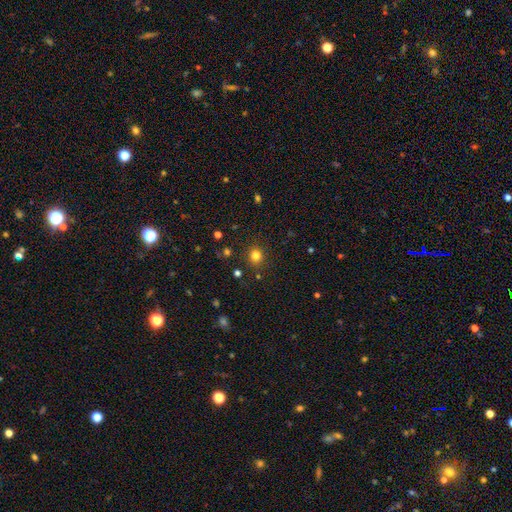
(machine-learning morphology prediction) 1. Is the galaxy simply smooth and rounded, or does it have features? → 80% smooth, 15% star or artifact, 5% featured or disk.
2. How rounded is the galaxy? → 86% round, 13% in between, 1% cigar-shaped.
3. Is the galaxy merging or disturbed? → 89% none, 7% minor disturbance, 3% major disturbance, 2% merger.